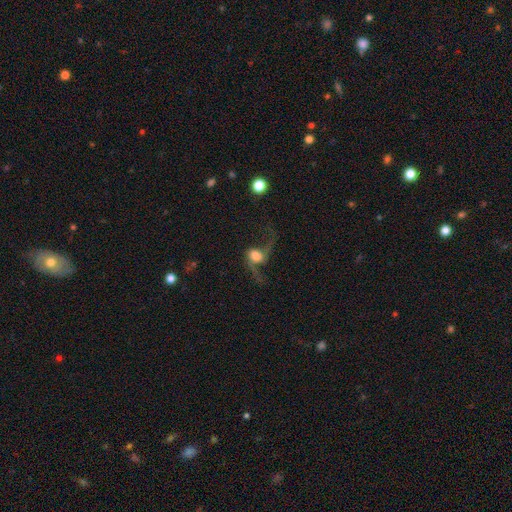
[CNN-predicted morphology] Q: Smooth or featured?
A: featured or disk (62%); runner-up: smooth (28%)
Q: Edge-on disk?
A: no (94%); runner-up: yes (6%)
Q: Bar?
A: no (65%); runner-up: weak (27%)
Q: Spiral arms?
A: yes (86%); runner-up: no (14%)
Q: Spiral winding?
A: loose (89%); runner-up: medium (9%)
Q: Spiral arm count?
A: 2 (80%); runner-up: 1 (10%)
Q: Bulge size?
A: large (41%); runner-up: moderate (26%)
Q: Merging?
A: none (41%); runner-up: major disturbance (39%)